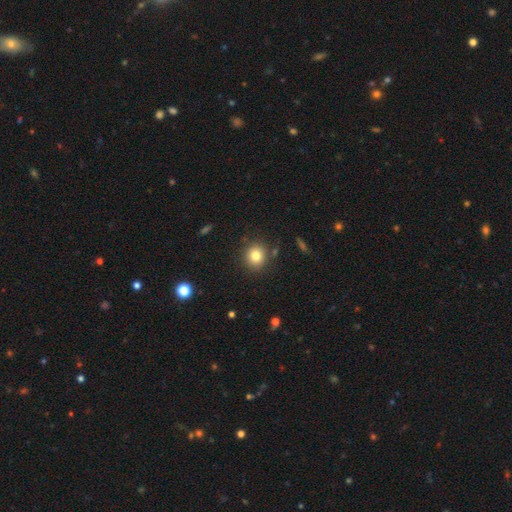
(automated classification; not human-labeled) Q: Smooth or featured?
A: smooth (80%); runner-up: star or artifact (12%)
Q: How rounded?
A: round (86%); runner-up: in between (13%)
Q: Merging?
A: none (86%); runner-up: minor disturbance (8%)